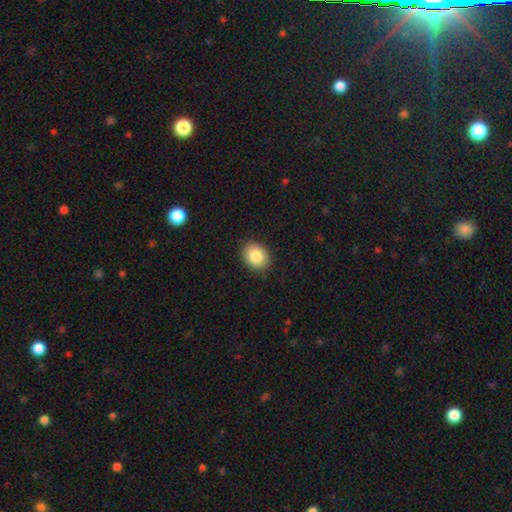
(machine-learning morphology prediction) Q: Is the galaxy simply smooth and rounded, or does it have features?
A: smooth — 86%.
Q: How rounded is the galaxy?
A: in between — 61%.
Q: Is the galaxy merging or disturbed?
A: none — 89%.